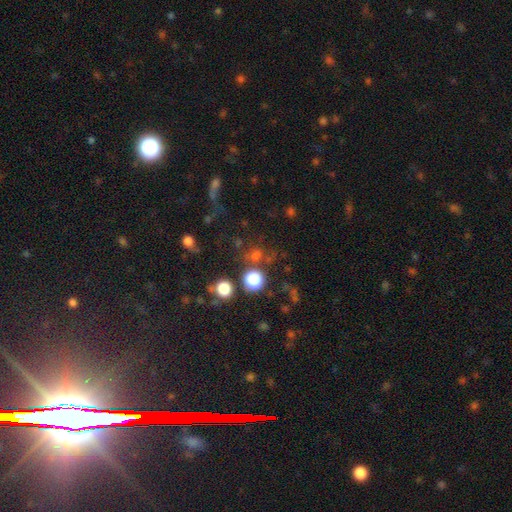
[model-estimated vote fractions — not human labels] smooth_or_featured: smooth (p=0.57) [alt: star or artifact p=0.35]
how_rounded: round (p=0.88) [alt: in between p=0.10]
merging: none (p=0.73) [alt: merger p=0.12]